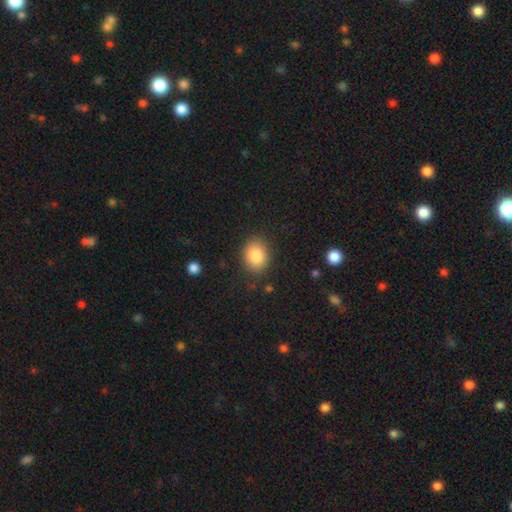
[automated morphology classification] Smooth or featured? smooth (85%)
How rounded? in between (56%)
Merging? none (86%)